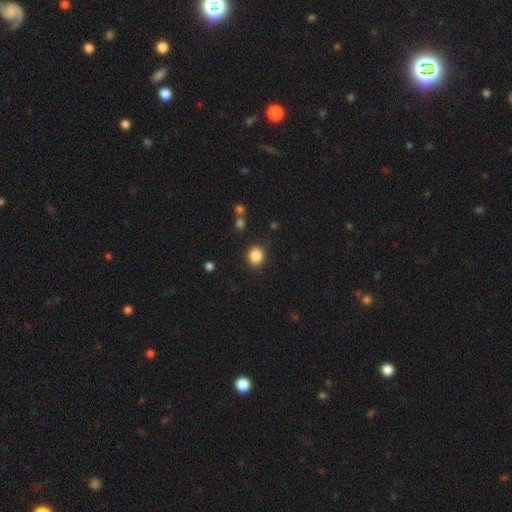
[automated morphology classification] Smooth or featured? Predicted: smooth (p=0.86). How rounded? Predicted: round (p=0.74). Merging? Predicted: none (p=0.87).